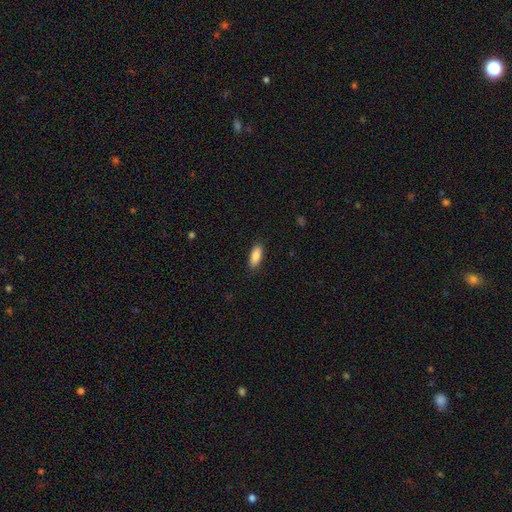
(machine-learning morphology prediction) smooth-or-featured: smooth: 87% | featured or disk: 7% | star or artifact: 6%
  how-rounded: in between: 75% | cigar-shaped: 23% | round: 2%
  merging: none: 87% | minor disturbance: 10% | major disturbance: 2% | merger: 1%